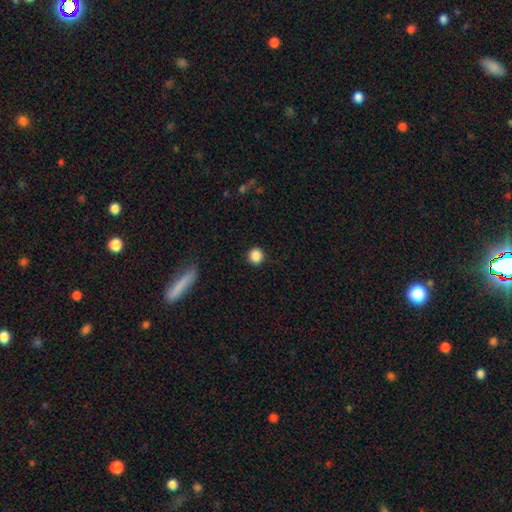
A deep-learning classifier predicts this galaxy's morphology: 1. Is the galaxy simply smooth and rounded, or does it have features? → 87% smooth, 10% star or artifact, 3% featured or disk.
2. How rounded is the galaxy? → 93% round, 6% in between, 1% cigar-shaped.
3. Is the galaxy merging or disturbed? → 90% none, 6% minor disturbance, 2% major disturbance, 1% merger.